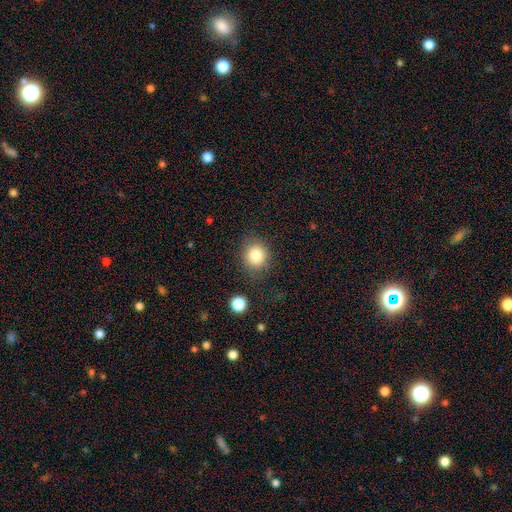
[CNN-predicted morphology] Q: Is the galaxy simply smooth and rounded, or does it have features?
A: smooth — 84%.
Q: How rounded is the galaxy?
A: round — 79%.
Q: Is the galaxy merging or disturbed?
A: none — 81%.